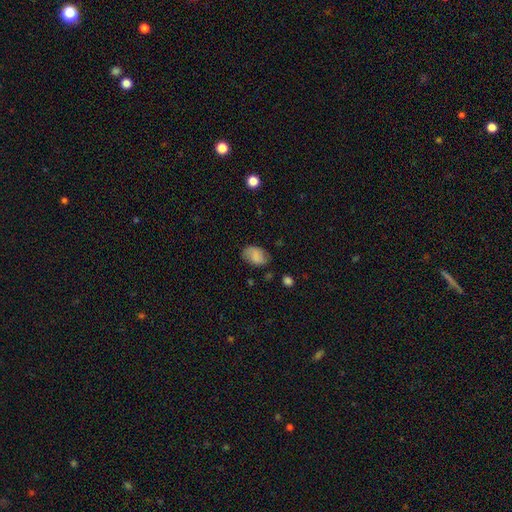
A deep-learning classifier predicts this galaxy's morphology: A smooth galaxy with no disk features (73%) that is in between round and cigar-shaped (85%).

Vote fractions:
- Smooth or featured? smooth: 73% / featured or disk: 18% / star or artifact: 9%
- How rounded? in between: 85% / round: 14% / cigar-shaped: 1%
- Merging? none: 70% / minor disturbance: 22% / major disturbance: 6% / merger: 2%